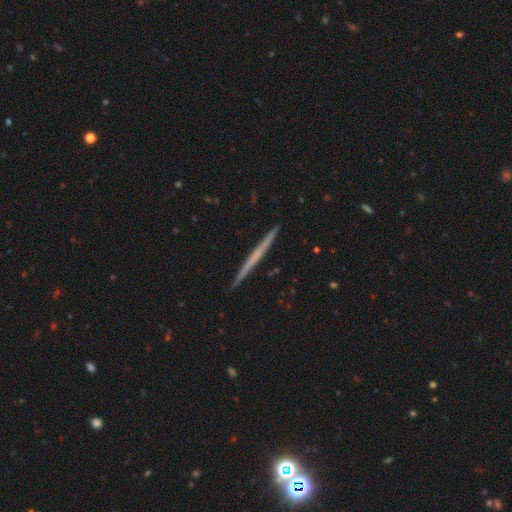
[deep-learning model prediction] smooth_or_featured: featured or disk (p=0.59) [alt: smooth p=0.36]
disk_edge_on: yes (p=0.98) [alt: no p=0.02]
edge_on_bulge: none (p=0.87) [alt: rounded p=0.09]
merging: none (p=0.93) [alt: minor disturbance p=0.05]